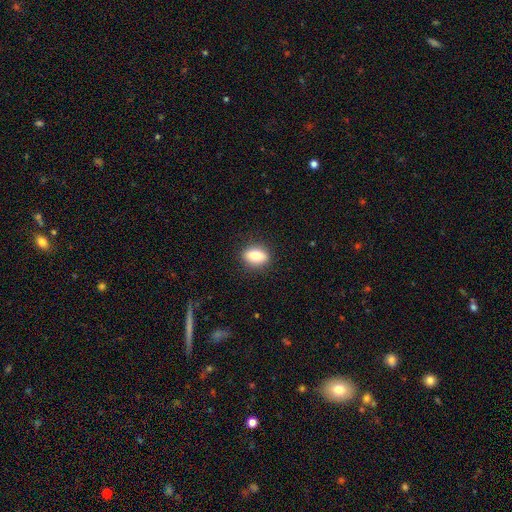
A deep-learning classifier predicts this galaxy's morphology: smooth 79%, featured or disk 13%, star or artifact 8%. Down the decision tree: how rounded — in between (76%); merging — none (87%).